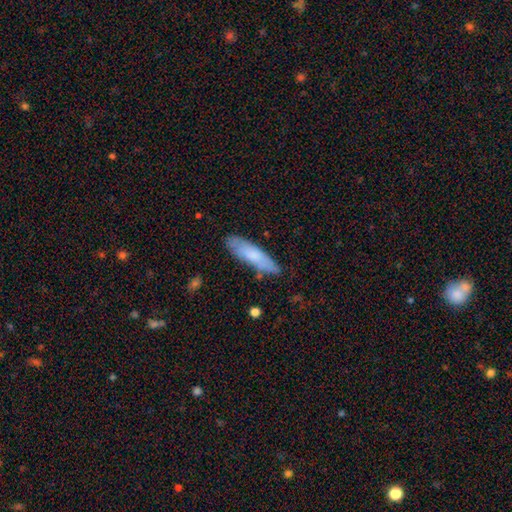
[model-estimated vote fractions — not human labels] Overall: smooth (76%). How rounded: cigar-shaped (59%; in between 40%). Merging: none (74%).